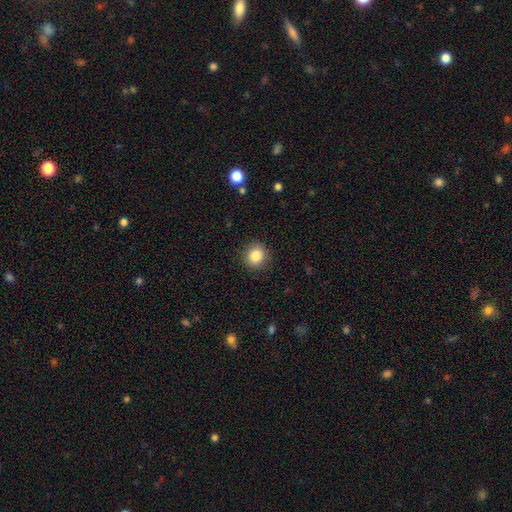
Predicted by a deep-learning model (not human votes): smooth-or-featured: smooth: 84% | star or artifact: 10% | featured or disk: 6%
  how-rounded: round: 84% | in between: 15% | cigar-shaped: 1%
  merging: none: 89% | minor disturbance: 7% | major disturbance: 2% | merger: 1%